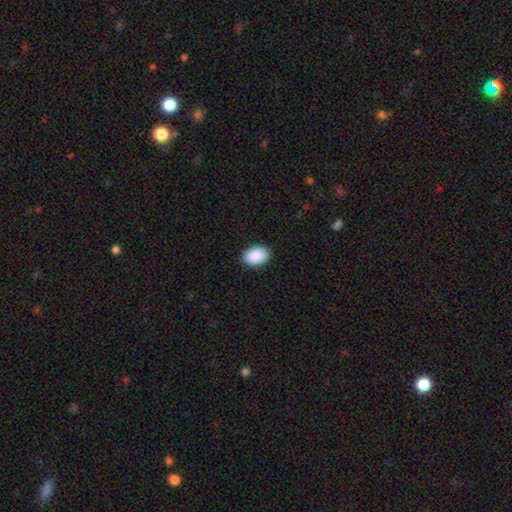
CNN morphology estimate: Smooth or featured?
  - smooth: 91% *
  - star or artifact: 6%
  - featured or disk: 2%
How rounded?
  - in between: 88% *
  - round: 11%
  - cigar-shaped: 1%
Merging?
  - none: 90% *
  - minor disturbance: 7%
  - major disturbance: 2%
  - merger: 1%